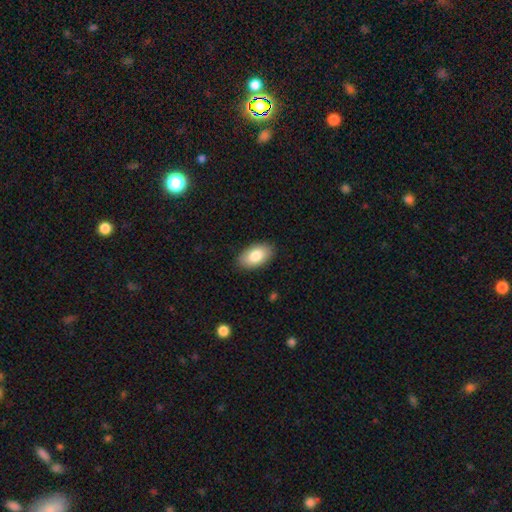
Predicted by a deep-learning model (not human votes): This is clearly a smooth galaxy (83%). How rounded: clearly in between (95%). Merging: clearly none (88%).